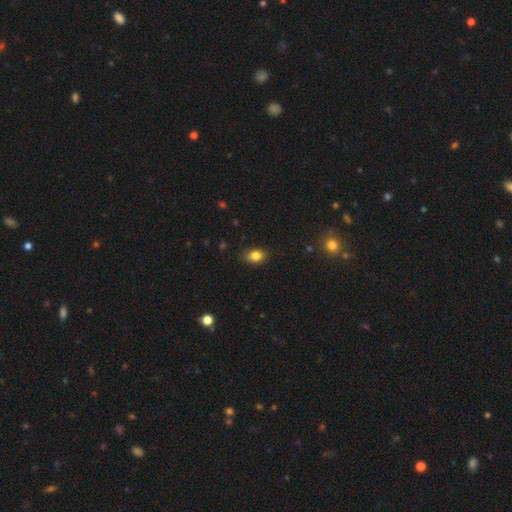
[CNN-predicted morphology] Overall: smooth (82%). How rounded: in between (77%). Merging: none (84%).